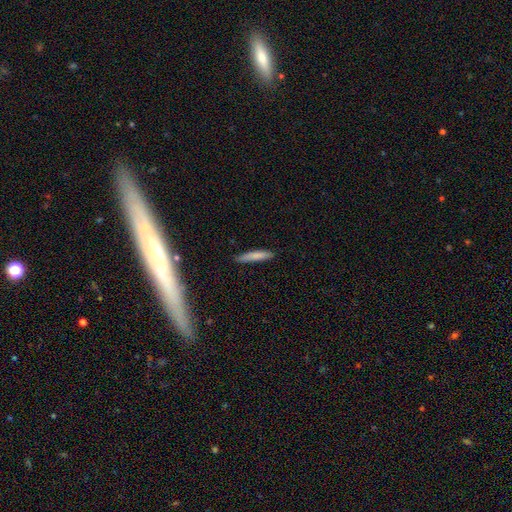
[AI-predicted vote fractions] A smooth galaxy with no disk features (78%) that is cigar-shaped (91%). Merging: none (85%).